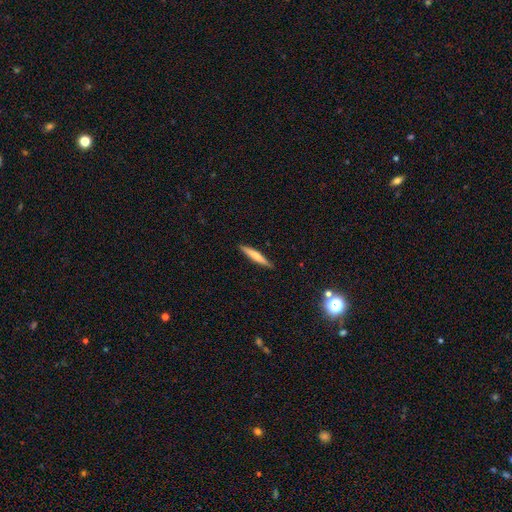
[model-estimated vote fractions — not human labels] smooth-or-featured: smooth: 64% | featured or disk: 30% | star or artifact: 6%
  how-rounded: cigar-shaped: 93% | in between: 6% | round: 1%
  merging: none: 90% | minor disturbance: 8% | major disturbance: 1% | merger: 1%